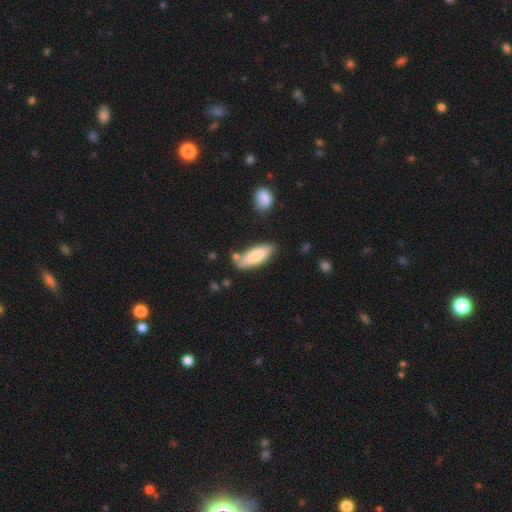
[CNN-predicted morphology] smooth 79%, featured or disk 16%, star or artifact 6%. Down the decision tree: how rounded — in between (64%); merging — none (74%).